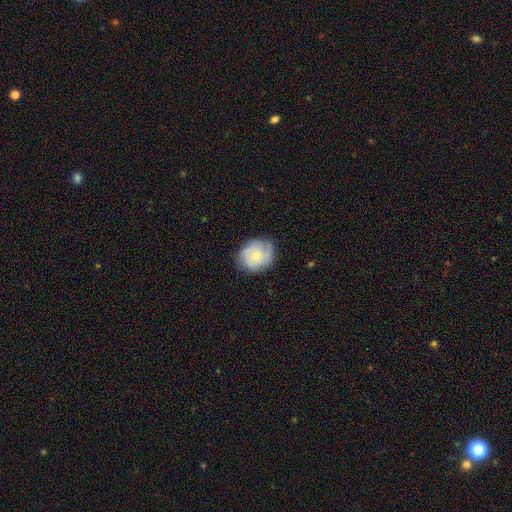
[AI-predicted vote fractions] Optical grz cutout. It shows a smooth galaxy with no disk features (51%) that is round (71%). Merging: none (75%).